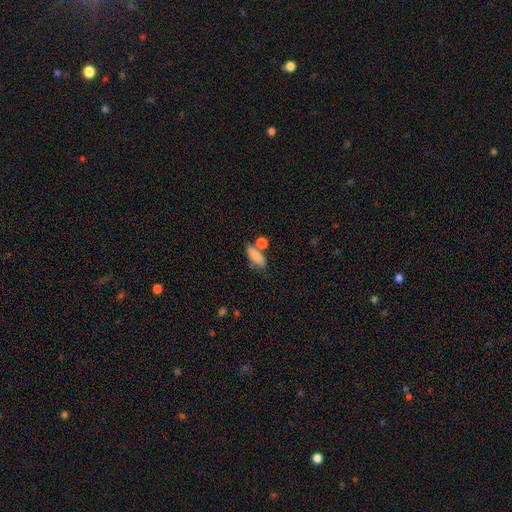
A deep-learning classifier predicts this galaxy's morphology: This is clearly a smooth galaxy (81%). How rounded: likely in between (79%). Merging: possibly none (53%).